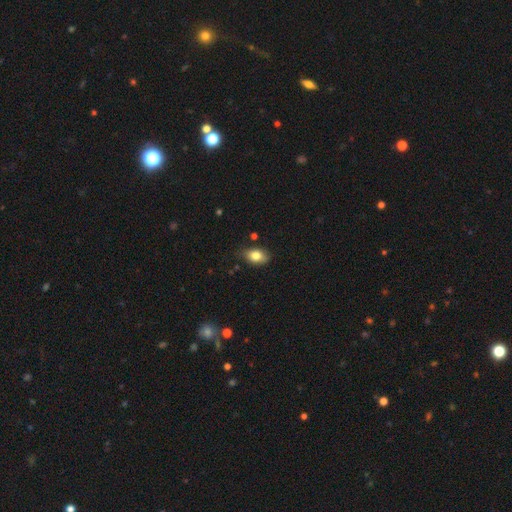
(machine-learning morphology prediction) Smooth or featured: smooth — 80% (featured or disk — 12%)
How rounded: in between — 85% (round — 13%)
Merging: none — 76% (minor disturbance — 19%)